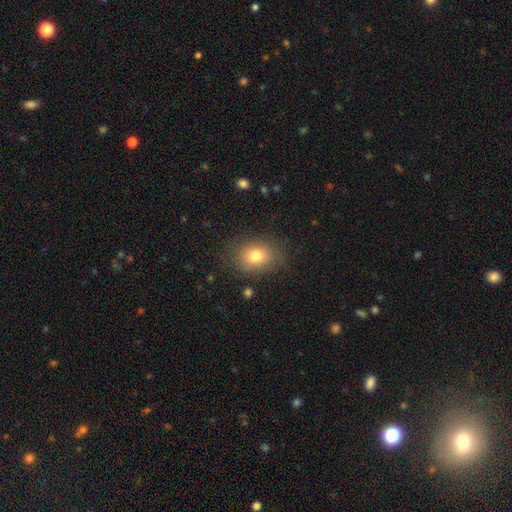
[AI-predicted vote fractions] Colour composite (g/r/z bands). It shows a smooth galaxy with no disk features (77%) that is in between round and cigar-shaped (55%). Merging: none (82%).